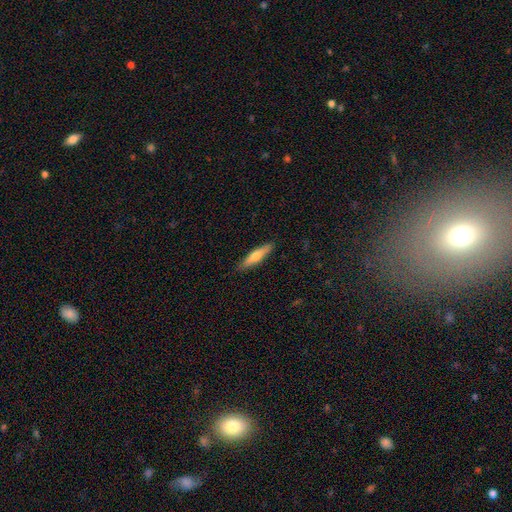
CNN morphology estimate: Overall: smooth (58%; featured or disk 36%). How rounded: cigar-shaped (80%). Merging: none (89%).